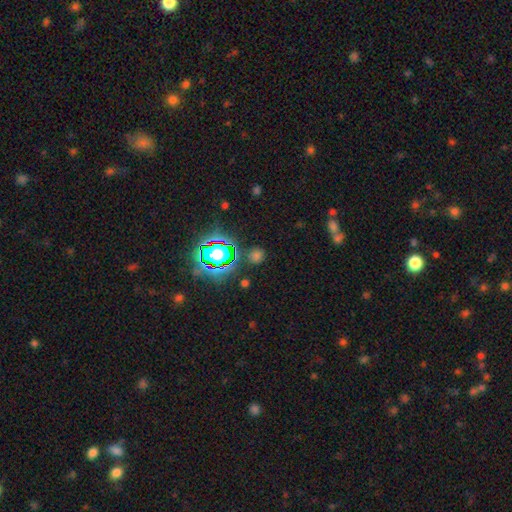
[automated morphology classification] type=smooth (51%); roundness=round (84%); merging=none (83%).